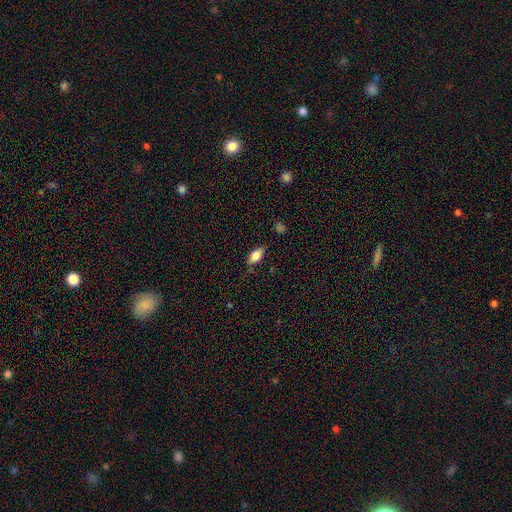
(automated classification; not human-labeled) smooth-or-featured: smooth: 73% | featured or disk: 19% | star or artifact: 8%
  how-rounded: in between: 85% | cigar-shaped: 10% | round: 5%
  merging: none: 73% | minor disturbance: 21% | major disturbance: 5% | merger: 2%